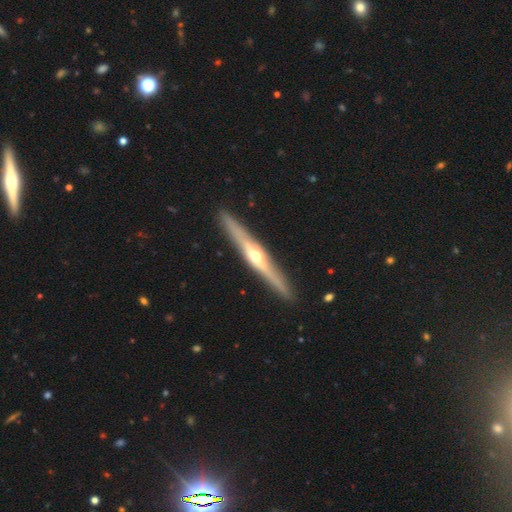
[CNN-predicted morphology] This appears to be a featured or disk galaxy (78%) viewed edge-on (97%) with a rounded central bulge (92%). Merging: none (91%).